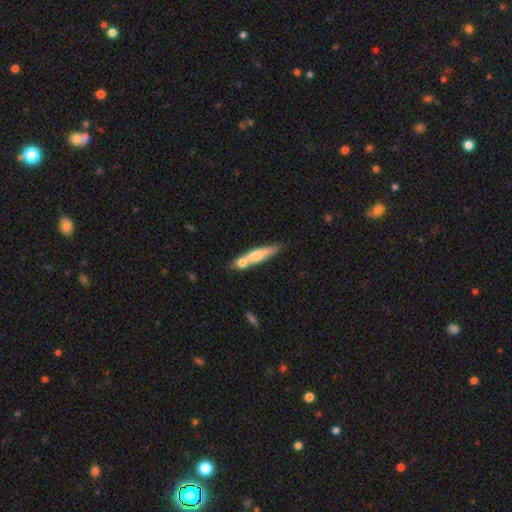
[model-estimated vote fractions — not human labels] smooth-or-featured: smooth: 51% | featured or disk: 43% | star or artifact: 6%
  how-rounded: cigar-shaped: 80% | in between: 18% | round: 3%
  merging: none: 54% | merger: 28% | minor disturbance: 14% | major disturbance: 4%